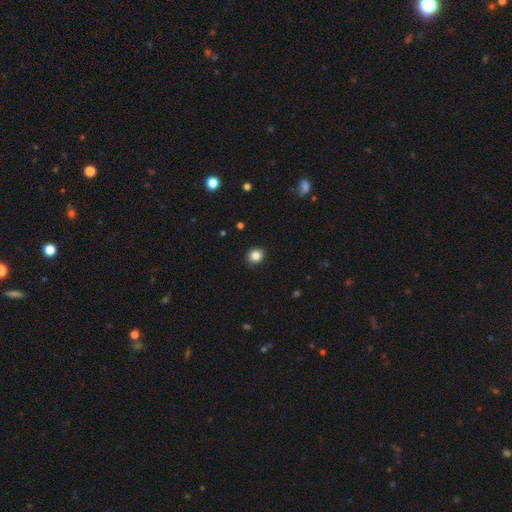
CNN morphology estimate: Q: Smooth or featured?
A: smooth (85%); runner-up: star or artifact (11%)
Q: How rounded?
A: round (67%); runner-up: in between (32%)
Q: Merging?
A: none (91%); runner-up: minor disturbance (6%)